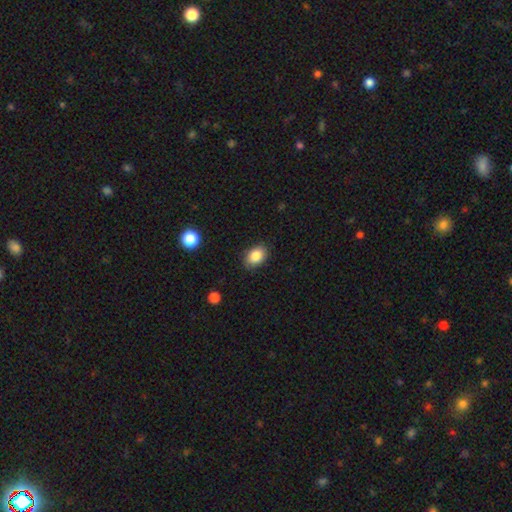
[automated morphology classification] Smooth or featured? smooth (85%)
How rounded? in between (76%)
Merging? none (82%)